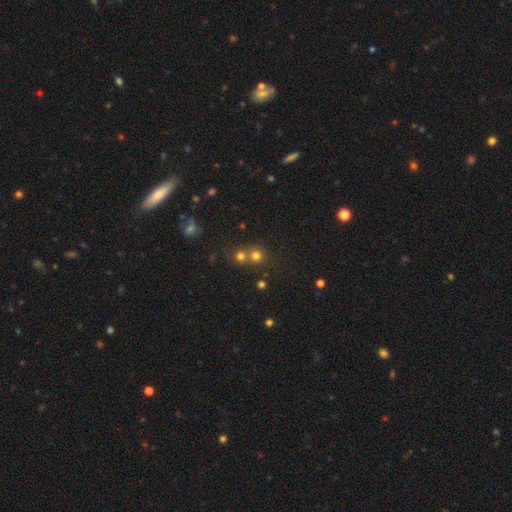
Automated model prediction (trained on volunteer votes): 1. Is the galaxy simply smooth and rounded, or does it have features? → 70% smooth, 21% star or artifact, 9% featured or disk.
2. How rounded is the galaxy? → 90% round, 9% in between, 1% cigar-shaped.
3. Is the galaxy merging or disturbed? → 54% none, 37% merger, 6% minor disturbance, 3% major disturbance.